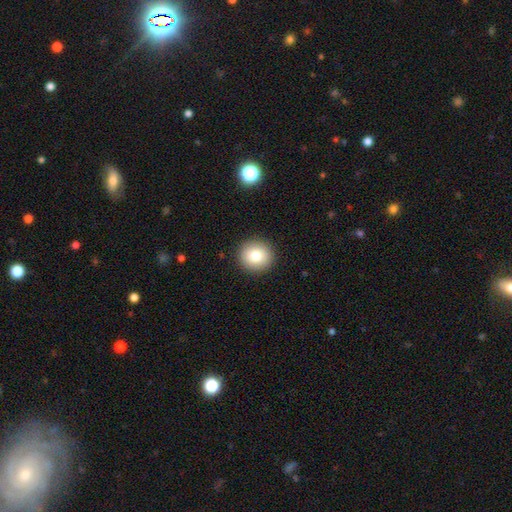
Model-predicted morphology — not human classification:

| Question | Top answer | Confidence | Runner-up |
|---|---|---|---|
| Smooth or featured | smooth | 81% | star or artifact (10%) |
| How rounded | round | 92% | in between (7%) |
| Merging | none | 92% | minor disturbance (5%) |